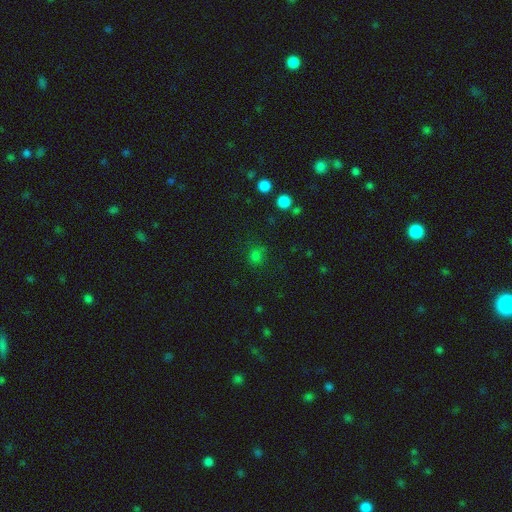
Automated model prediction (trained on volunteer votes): The model was most divided on "smooth or featured": smooth: 71%, star or artifact: 23%, featured or disk: 6%. More confident: how rounded — round (82%); merging — none (73%).